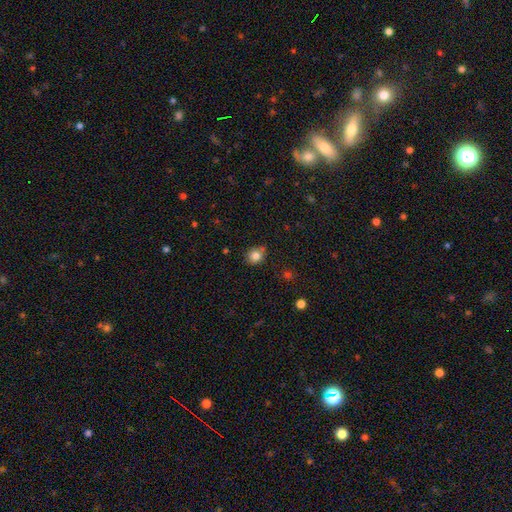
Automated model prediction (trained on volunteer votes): This appears to be a smooth galaxy with no disk features (82%) that is round (73%). Merging: none (71%).